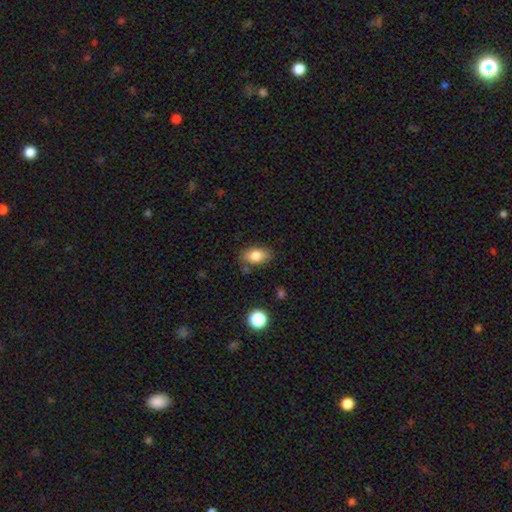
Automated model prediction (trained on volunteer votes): smooth_or_featured: smooth (p=0.82) [alt: featured or disk p=0.10]
how_rounded: in between (p=0.87) [alt: round p=0.10]
merging: none (p=0.80) [alt: minor disturbance p=0.14]